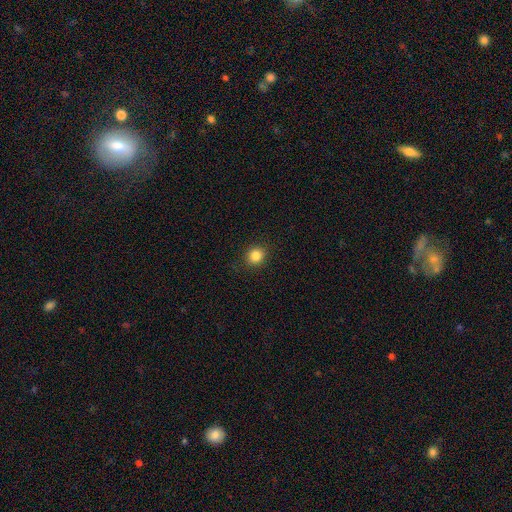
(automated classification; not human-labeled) This is clearly a smooth galaxy (84%). How rounded: clearly round (84%). Merging: clearly none (90%).